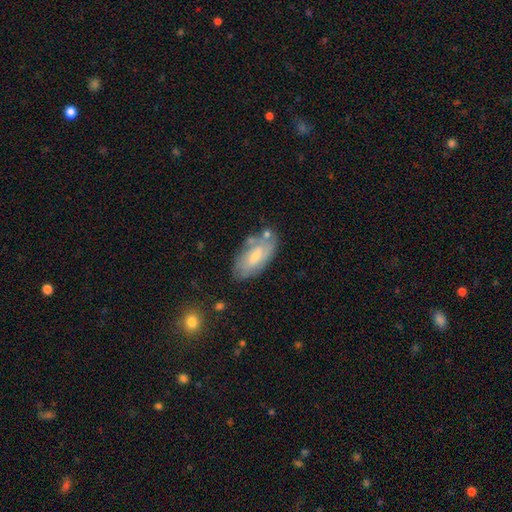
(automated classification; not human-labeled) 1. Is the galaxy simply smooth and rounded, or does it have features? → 48% smooth, 45% featured or disk, 7% star or artifact.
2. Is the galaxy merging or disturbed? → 64% none, 22% minor disturbance, 8% merger, 6% major disturbance.